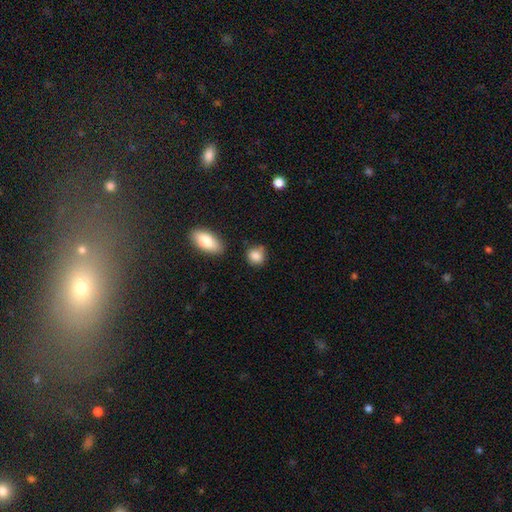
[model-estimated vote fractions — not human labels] A smooth galaxy with no disk features (86%) that is round (76%).

Vote fractions:
- Smooth or featured? smooth: 86% / star or artifact: 8% / featured or disk: 5%
- How rounded? round: 76% / in between: 22% / cigar-shaped: 2%
- Merging? none: 71% / minor disturbance: 18% / merger: 7% / major disturbance: 4%